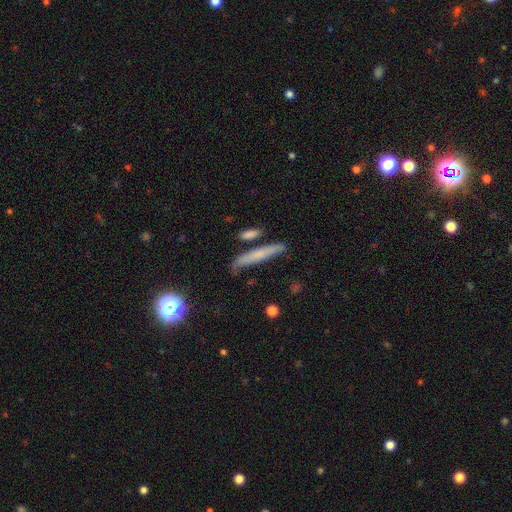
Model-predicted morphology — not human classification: type=smooth (62%); roundness=cigar-shaped (92%); merging=none (77%).